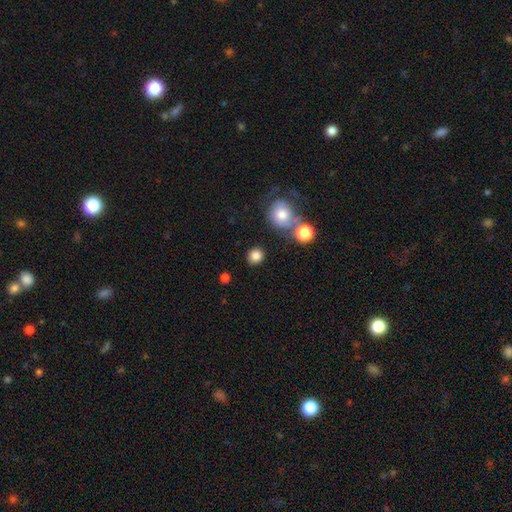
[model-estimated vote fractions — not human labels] smooth-or-featured: smooth: 84% | star or artifact: 11% | featured or disk: 5%
  how-rounded: round: 87% | in between: 12% | cigar-shaped: 1%
  merging: none: 84% | minor disturbance: 8% | merger: 6% | major disturbance: 3%